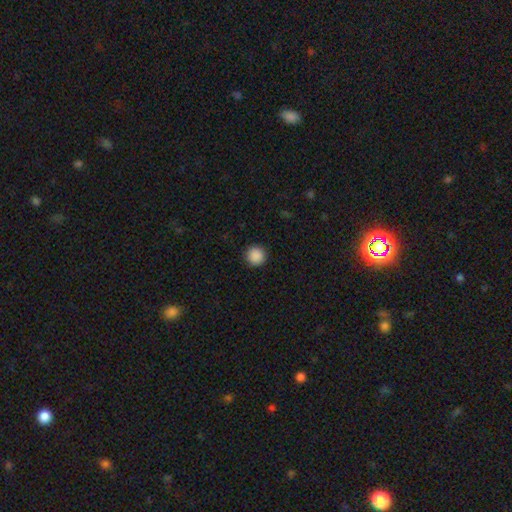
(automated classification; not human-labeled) This appears to be a smooth galaxy with no disk features (89%) that is round (96%). Merging: none (93%).